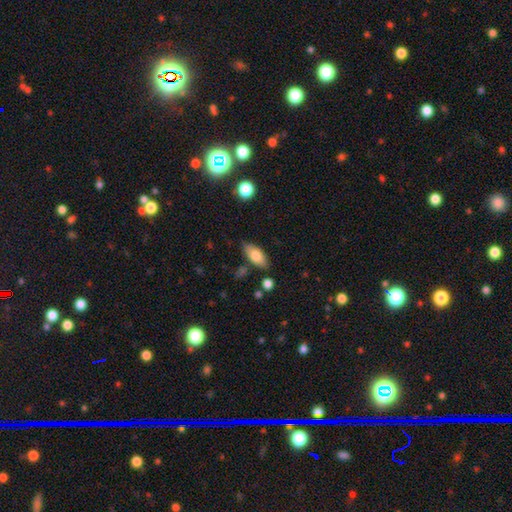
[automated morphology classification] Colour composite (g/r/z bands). It shows a smooth galaxy with no disk features (77%) that is in between round and cigar-shaped (84%). Merging: none (79%).